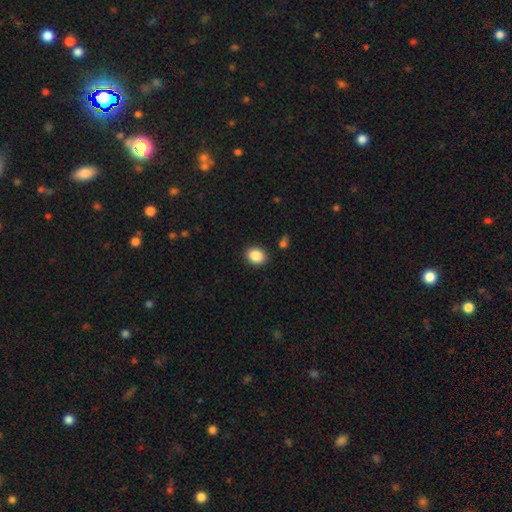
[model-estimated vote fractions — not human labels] Smooth or featured? Predicted: smooth (p=0.88). How rounded? Predicted: in between (p=0.54). Merging? Predicted: none (p=0.89).